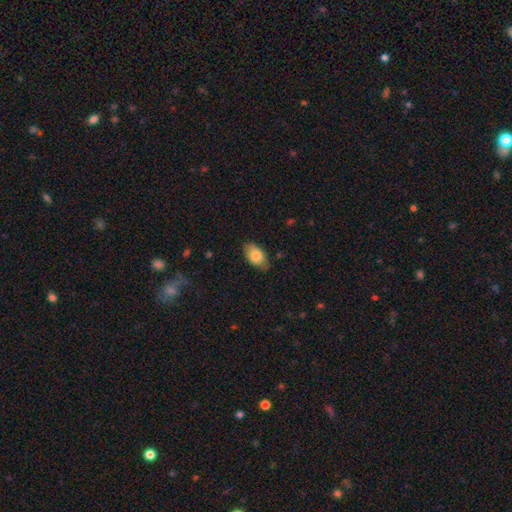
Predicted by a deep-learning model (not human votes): The model was most divided on "merging": none: 79%, minor disturbance: 17%, major disturbance: 3%, merger: 1%. More confident: how rounded — in between (93%); smooth or featured — smooth (80%).